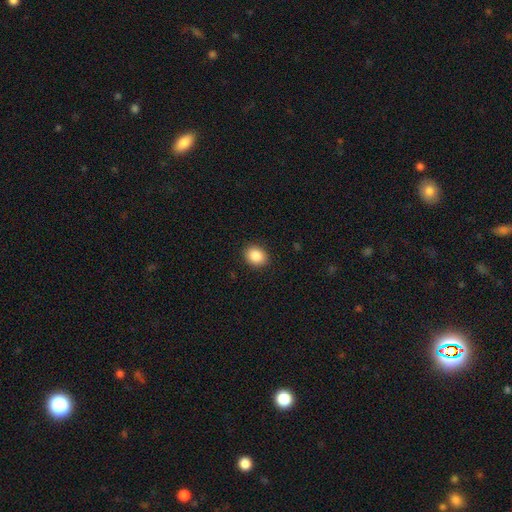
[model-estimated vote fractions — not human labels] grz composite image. It shows a smooth galaxy with no disk features (88%) that is round (53%). Merging: none (90%).